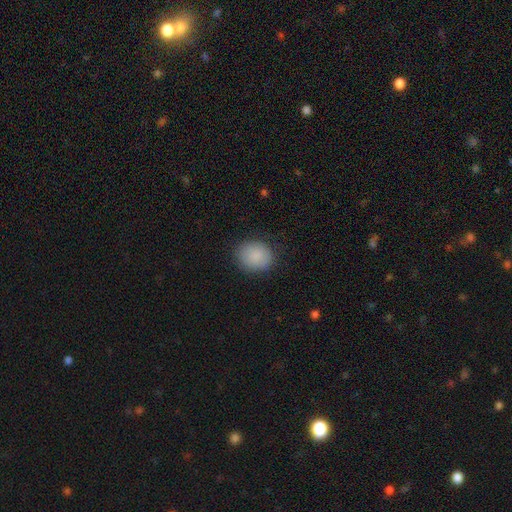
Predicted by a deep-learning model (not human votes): A smooth galaxy with no disk features (88%) that is round (64%).

Vote fractions:
- Smooth or featured? smooth: 88% / star or artifact: 8% / featured or disk: 5%
- How rounded? round: 64% / in between: 35% / cigar-shaped: 1%
- Merging? none: 84% / minor disturbance: 11% / major disturbance: 3% / merger: 1%